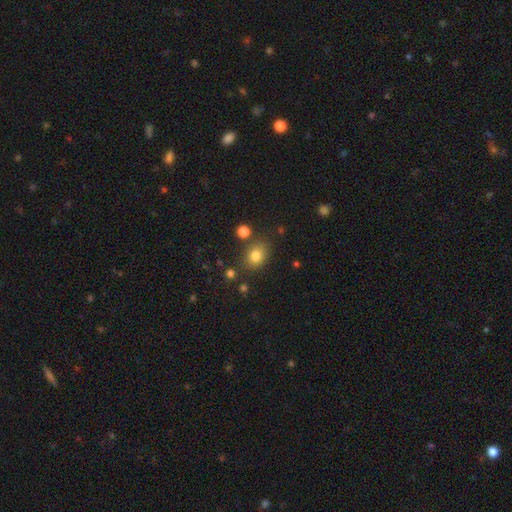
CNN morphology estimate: type=smooth (80%); roundness=in between (50%); merging=none (77%).